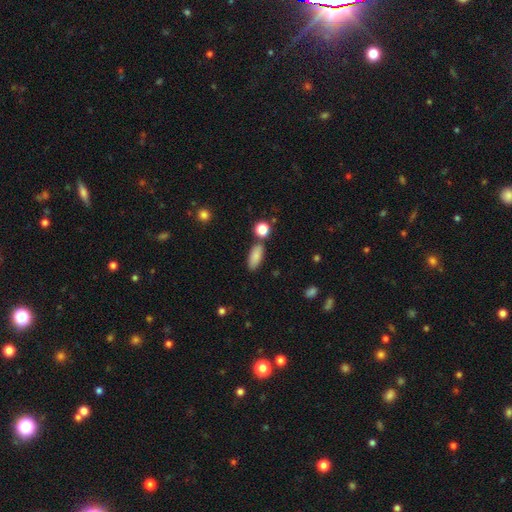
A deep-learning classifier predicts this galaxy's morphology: Smooth or featured? smooth (85%)
How rounded? in between (78%)
Merging? none (77%)